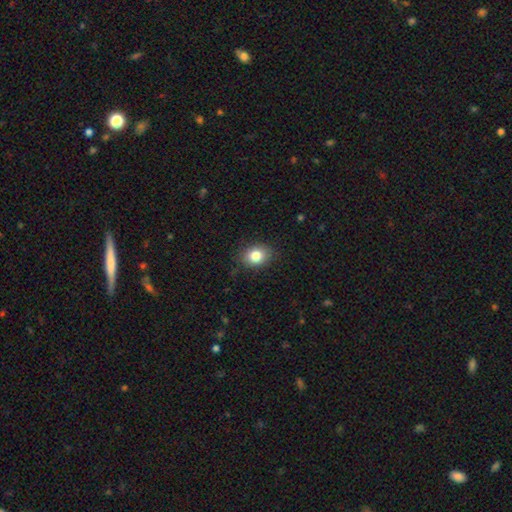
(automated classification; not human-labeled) Q: Smooth or featured?
A: smooth (82%); runner-up: star or artifact (10%)
Q: How rounded?
A: in between (56%); runner-up: round (43%)
Q: Merging?
A: none (86%); runner-up: minor disturbance (11%)